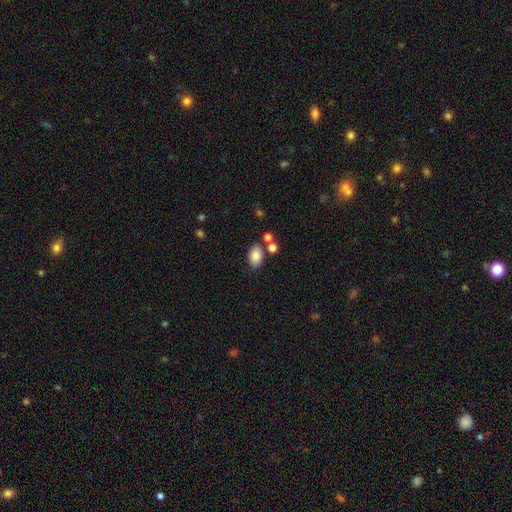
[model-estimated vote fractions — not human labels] Smooth or featured? Predicted: smooth (p=0.85). How rounded? Predicted: in between (p=0.90). Merging? Predicted: none (p=0.71).